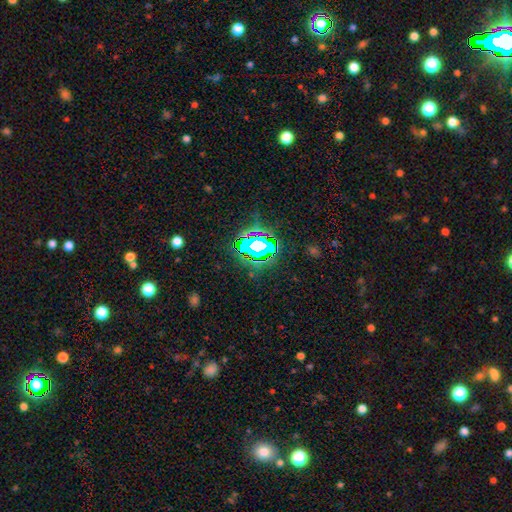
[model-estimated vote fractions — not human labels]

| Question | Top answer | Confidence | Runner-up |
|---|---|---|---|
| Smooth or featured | star or artifact | 78% | smooth (14%) |